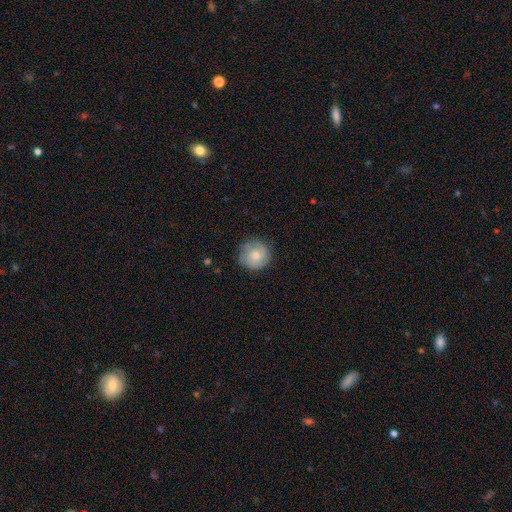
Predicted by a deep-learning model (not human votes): This is likely a smooth galaxy (64%). How rounded: clearly round (93%). Merging: likely none (76%).